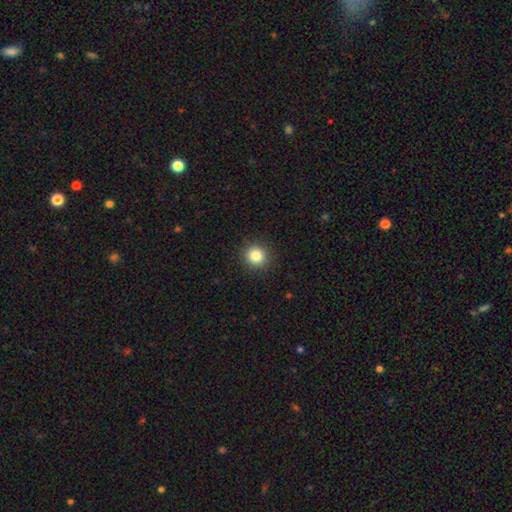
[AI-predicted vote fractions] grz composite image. It shows a smooth galaxy with no disk features (84%) that is round (91%). Merging: none (91%).